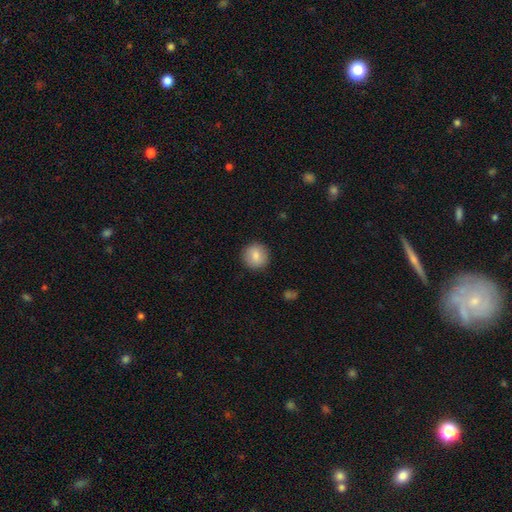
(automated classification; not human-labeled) smooth_or_featured: smooth (p=0.84) [alt: featured or disk p=0.08]
how_rounded: round (p=0.93) [alt: in between p=0.06]
merging: none (p=0.91) [alt: minor disturbance p=0.06]